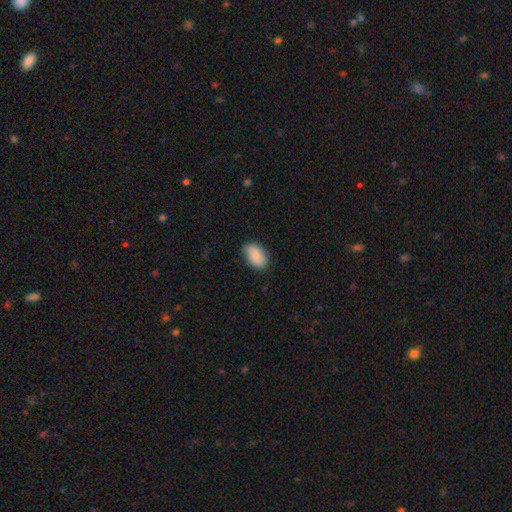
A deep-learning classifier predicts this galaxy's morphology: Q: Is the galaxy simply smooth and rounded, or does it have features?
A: smooth — 87%.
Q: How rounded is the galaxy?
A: in between — 91%.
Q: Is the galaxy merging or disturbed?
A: none — 83%.